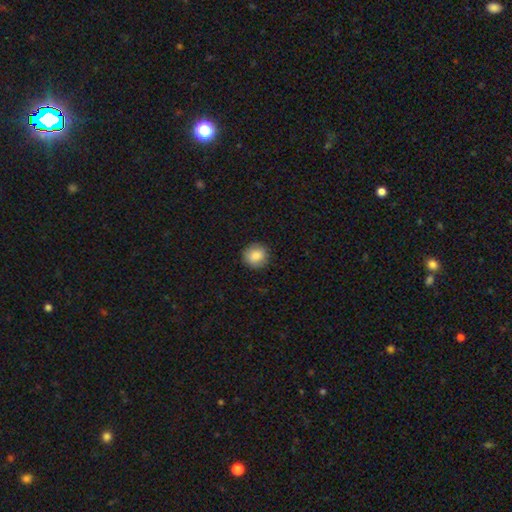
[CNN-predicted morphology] smooth 86%, star or artifact 8%, featured or disk 5%. Down the decision tree: how rounded — round (91%); merging — none (89%).